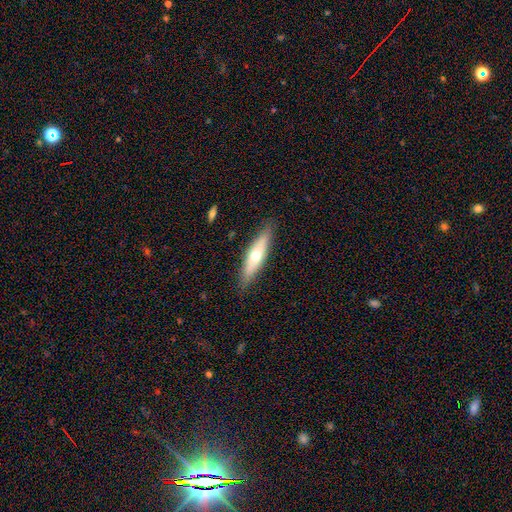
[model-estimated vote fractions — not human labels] Morphology: type=smooth (52%); roundness=cigar-shaped (68%); merging=none (87%).